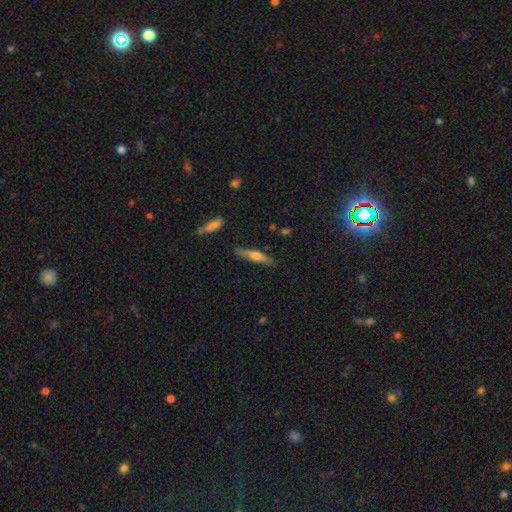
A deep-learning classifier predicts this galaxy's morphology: smooth_or_featured: smooth (p=0.48) [alt: featured or disk p=0.45]
merging: none (p=0.84) [alt: minor disturbance p=0.11]